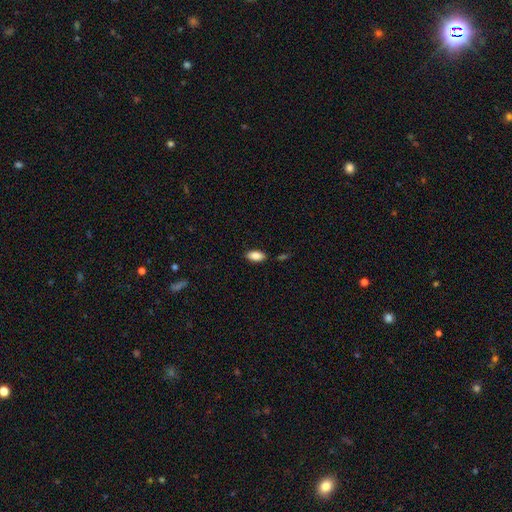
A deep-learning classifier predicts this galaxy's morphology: A smooth galaxy with no disk features (86%) that is in between round and cigar-shaped (92%). Merging: none (84%).